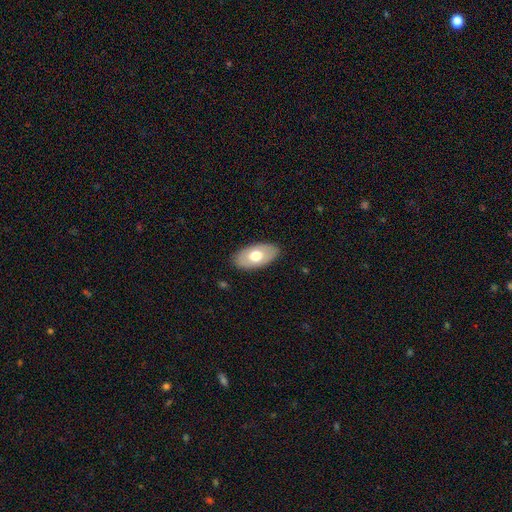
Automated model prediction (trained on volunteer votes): Smooth or featured? smooth (61%)
How rounded? in between (94%)
Merging? none (86%)